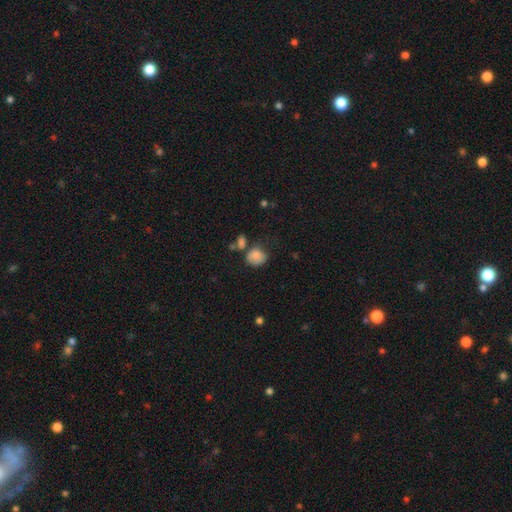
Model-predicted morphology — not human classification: Smooth or featured: smooth — 82% (star or artifact — 9%)
How rounded: round — 57% (in between — 42%)
Merging: none — 47% (minor disturbance — 26%)